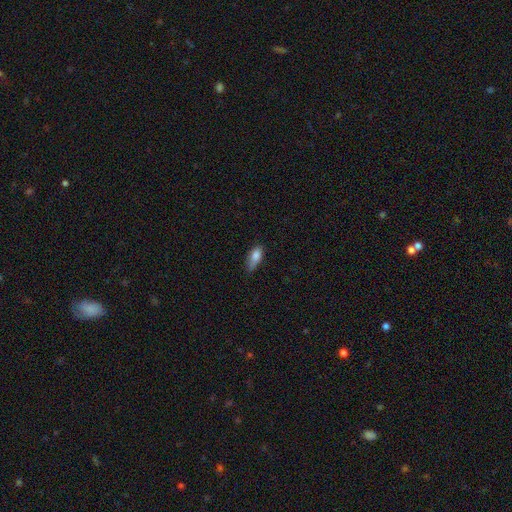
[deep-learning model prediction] A smooth galaxy with no disk features (81%) that is in between round and cigar-shaped (79%).

Vote fractions:
- Smooth or featured? smooth: 81% / featured or disk: 11% / star or artifact: 7%
- How rounded? in between: 79% / cigar-shaped: 18% / round: 3%
- Merging? none: 53% / minor disturbance: 37% / major disturbance: 8% / merger: 2%